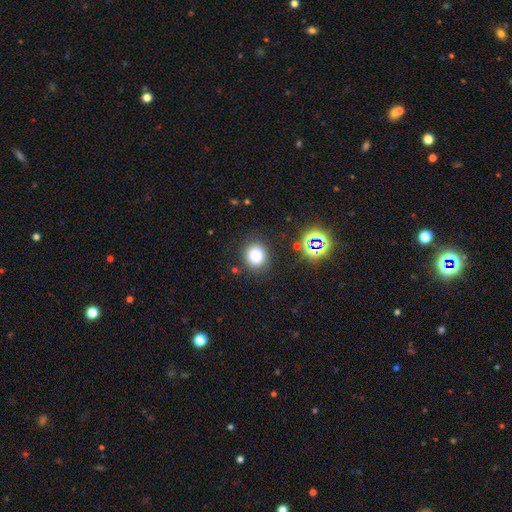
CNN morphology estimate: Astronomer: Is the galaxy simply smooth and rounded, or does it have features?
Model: smooth — 78%.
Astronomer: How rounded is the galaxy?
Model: round — 81%.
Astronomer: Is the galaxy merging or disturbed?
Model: none — 81%.